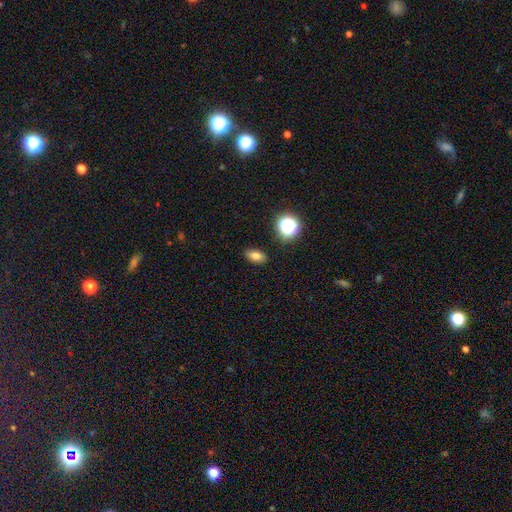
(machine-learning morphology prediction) Smooth or featured: smooth — 76% (star or artifact — 14%)
How rounded: in between — 83% (round — 12%)
Merging: none — 88% (minor disturbance — 9%)